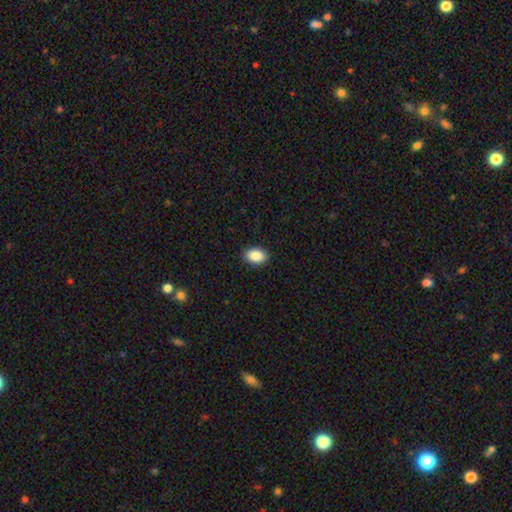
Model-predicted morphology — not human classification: The model was most divided on "how rounded": in between: 88%, round: 11%, cigar-shaped: 1%. More confident: merging — none (90%); smooth or featured — smooth (88%).